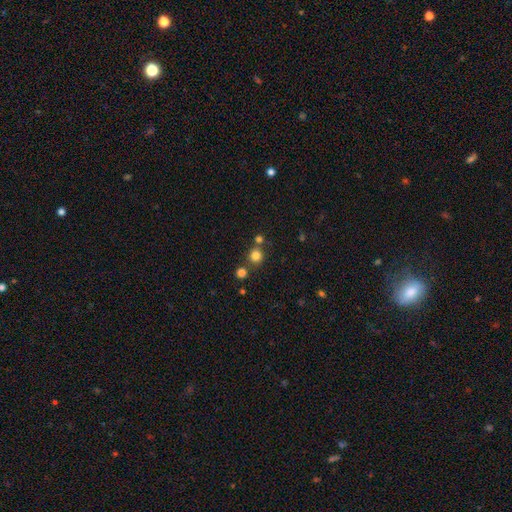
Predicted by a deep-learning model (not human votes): smooth-or-featured: smooth: 80% | star or artifact: 15% | featured or disk: 6%
  how-rounded: round: 91% | in between: 8% | cigar-shaped: 1%
  merging: none: 72% | merger: 17% | minor disturbance: 8% | major disturbance: 3%